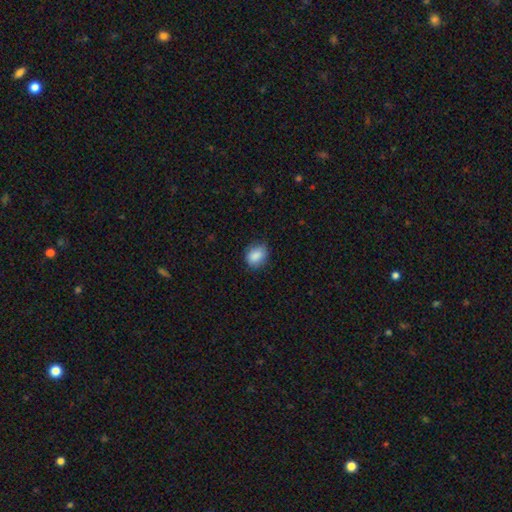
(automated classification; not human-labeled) Smooth or featured? Predicted: smooth (p=0.87). How rounded? Predicted: in between (p=0.57). Merging? Predicted: none (p=0.75).